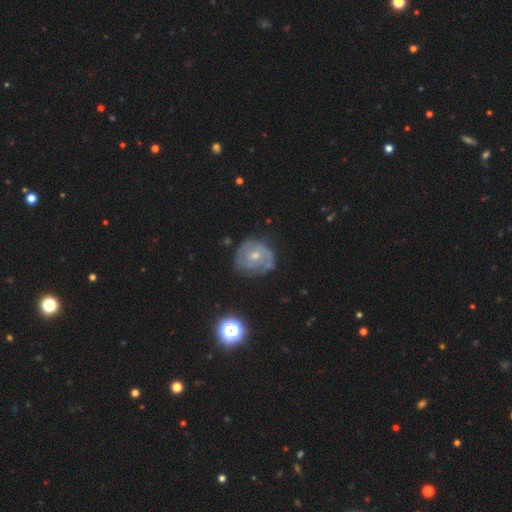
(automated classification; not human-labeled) smooth_or_featured: featured or disk (p=0.67) [alt: smooth p=0.24]
disk_edge_on: no (p=0.98) [alt: yes p=0.02]
bar: no (p=0.77) [alt: weak p=0.20]
has_spiral_arms: yes (p=0.77) [alt: no p=0.23]
spiral_winding: tight (p=0.55) [alt: medium p=0.32]
spiral_arm_count: can't tell (p=0.44) [alt: 2 p=0.23]
bulge_size: moderate (p=0.49) [alt: small p=0.46]
merging: none (p=0.61) [alt: minor disturbance p=0.25]